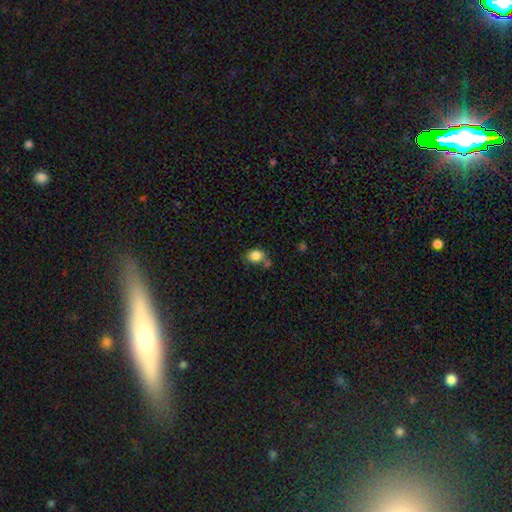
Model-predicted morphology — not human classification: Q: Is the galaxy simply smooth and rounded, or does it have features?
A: smooth — 84%.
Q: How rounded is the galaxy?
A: in between — 53%.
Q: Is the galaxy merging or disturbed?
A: none — 50%.